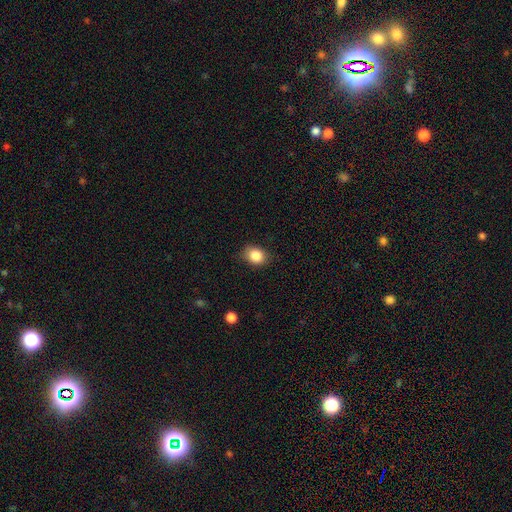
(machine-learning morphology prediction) smooth-or-featured: smooth: 85% | star or artifact: 9% | featured or disk: 6%
  how-rounded: in between: 50% | round: 49% | cigar-shaped: 1%
  merging: none: 81% | minor disturbance: 15% | major disturbance: 3% | merger: 1%